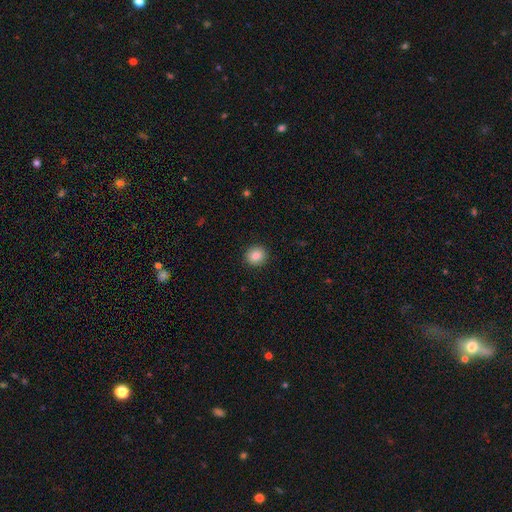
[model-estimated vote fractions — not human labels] Smooth or featured? smooth (86%)
How rounded? round (84%)
Merging? none (91%)